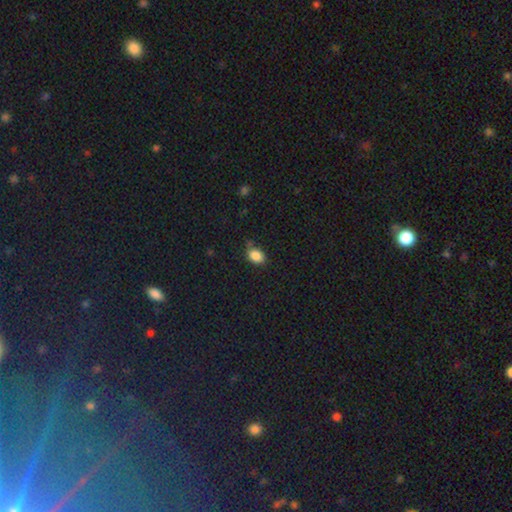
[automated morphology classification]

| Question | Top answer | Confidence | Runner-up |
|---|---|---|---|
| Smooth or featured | smooth | 86% | star or artifact (9%) |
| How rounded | in between | 82% | round (16%) |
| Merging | none | 71% | minor disturbance (22%) |